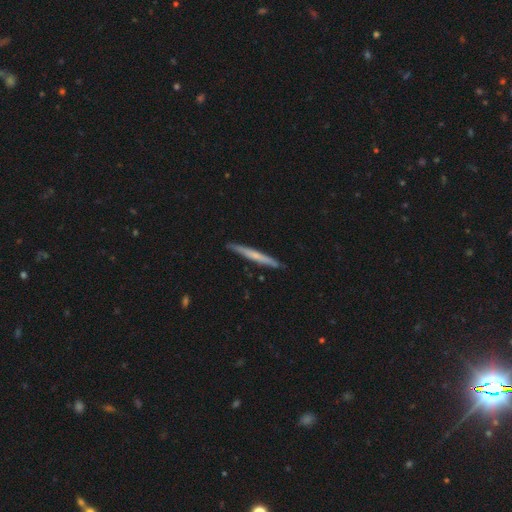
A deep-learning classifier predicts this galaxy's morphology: A smooth galaxy with no disk features (48%).

Vote fractions:
- Smooth or featured? smooth: 48% / featured or disk: 47% / star or artifact: 6%
- Merging? none: 89% / minor disturbance: 9% / major disturbance: 1% / merger: 1%